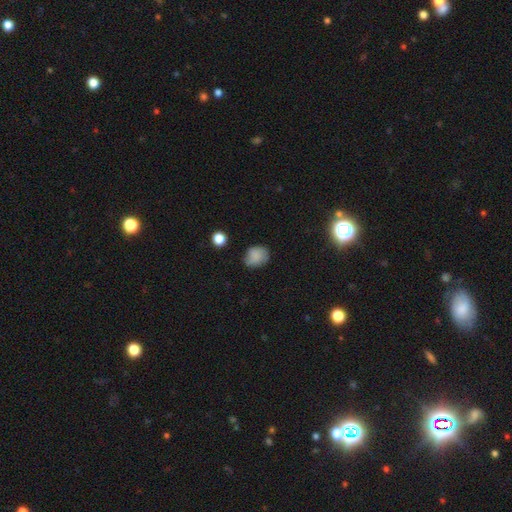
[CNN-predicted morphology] Smooth or featured?
  - smooth: 82% *
  - star or artifact: 10%
  - featured or disk: 8%
How rounded?
  - round: 50% *
  - in between: 49%
  - cigar-shaped: 1%
Merging?
  - none: 68% *
  - minor disturbance: 25%
  - major disturbance: 5%
  - merger: 2%